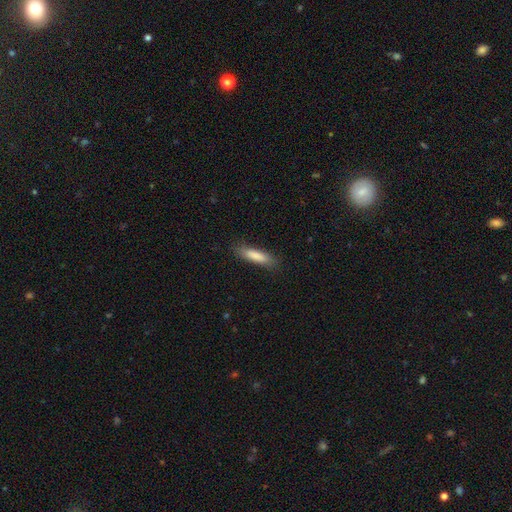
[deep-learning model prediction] Smooth or featured? smooth (84%)
How rounded? cigar-shaped (73%)
Merging? none (84%)